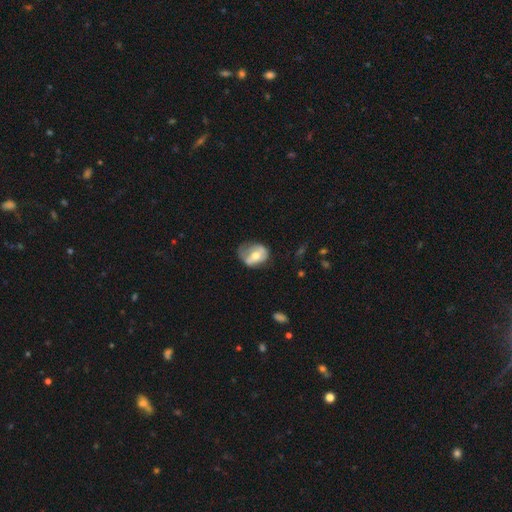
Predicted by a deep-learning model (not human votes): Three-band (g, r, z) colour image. It shows a smooth galaxy with no disk features (47%). Merging: none (37%).